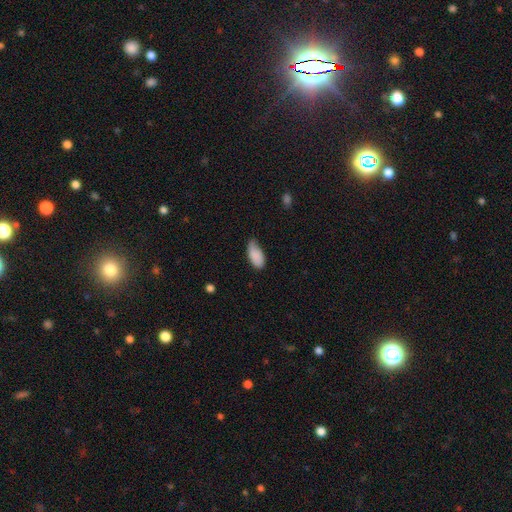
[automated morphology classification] A smooth galaxy with no disk features (87%) that is in between round and cigar-shaped (93%).

Vote fractions:
- Smooth or featured? smooth: 87% / star or artifact: 7% / featured or disk: 6%
- How rounded? in between: 93% / cigar-shaped: 5% / round: 2%
- Merging? none: 50% / minor disturbance: 40% / major disturbance: 8% / merger: 2%